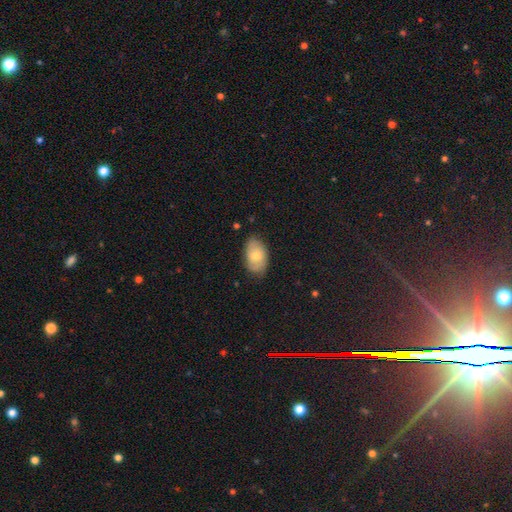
A smooth galaxy with no disk features (62%) that is in between round and cigar-shaped (79%).

Vote fractions:
- Smooth or featured? smooth: 62% / featured or disk: 38% / star or artifact: 0%
- How rounded? in between: 79% / round: 17% / cigar-shaped: 4%
- Merging? none: 79% / minor disturbance: 15% / major disturbance: 5% / merger: 0%